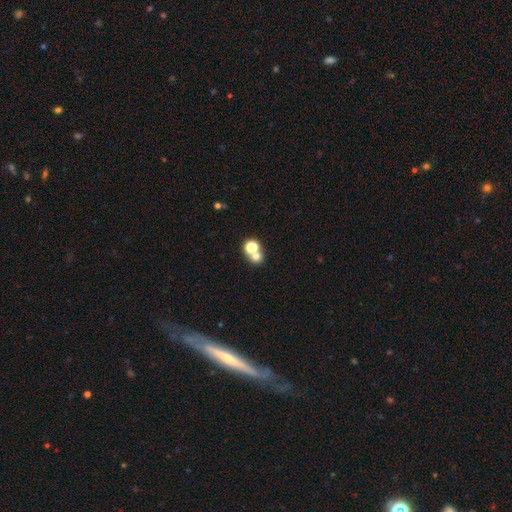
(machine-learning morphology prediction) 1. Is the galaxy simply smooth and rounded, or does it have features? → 68% smooth, 19% star or artifact, 13% featured or disk.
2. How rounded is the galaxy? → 80% round, 19% in between, 1% cigar-shaped.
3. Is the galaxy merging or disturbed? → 46% none, 45% merger, 6% minor disturbance, 3% major disturbance.